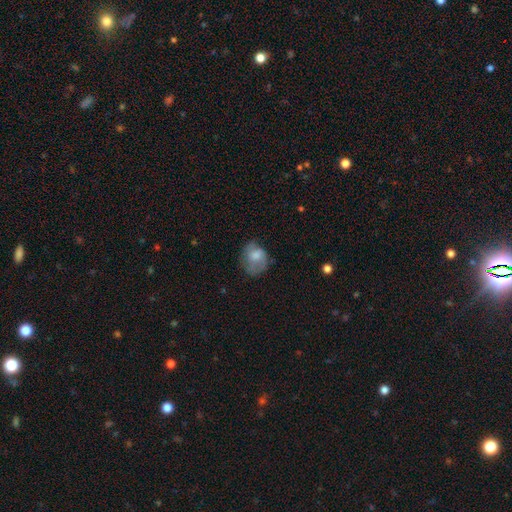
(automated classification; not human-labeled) Smooth or featured? smooth (60%)
How rounded? in between (52%)
Merging? none (48%)